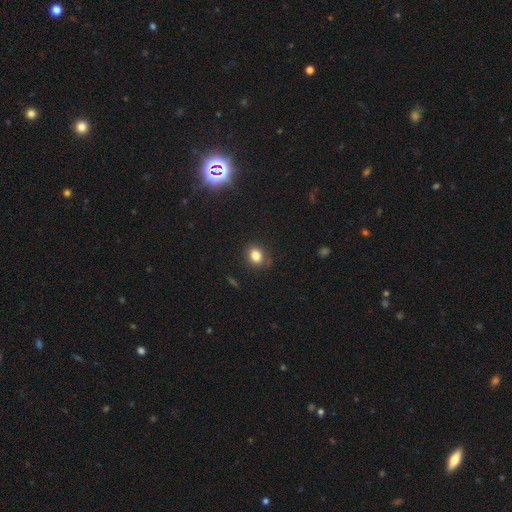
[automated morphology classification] smooth 82%, star or artifact 12%, featured or disk 6%. Down the decision tree: how rounded — round (62%); merging — none (83%).